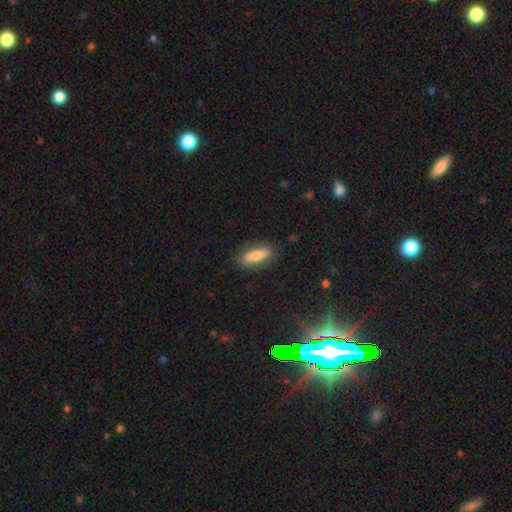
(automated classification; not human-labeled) The model was most divided on "how rounded": in between: 54%, cigar-shaped: 43%, round: 3%. More confident: merging — none (83%); smooth or featured — smooth (71%).